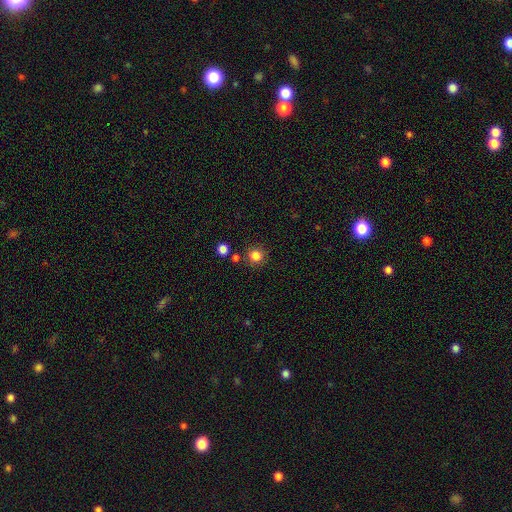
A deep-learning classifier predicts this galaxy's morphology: smooth 83%, star or artifact 12%, featured or disk 4%. Down the decision tree: how rounded — round (91%); merging — none (82%).